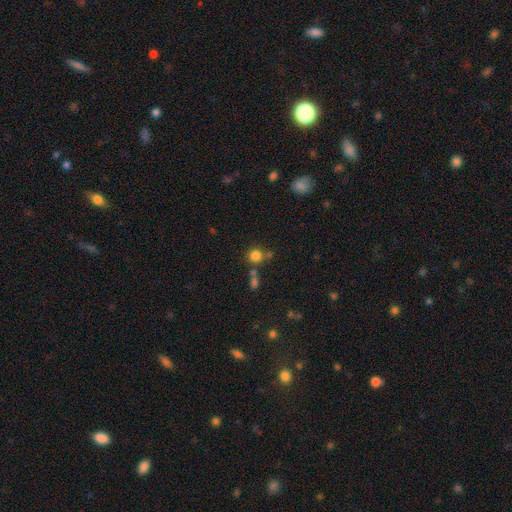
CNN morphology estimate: smooth-or-featured: smooth: 80% | star or artifact: 13% | featured or disk: 7%
  how-rounded: round: 90% | in between: 9% | cigar-shaped: 1%
  merging: none: 67% | merger: 18% | minor disturbance: 11% | major disturbance: 5%